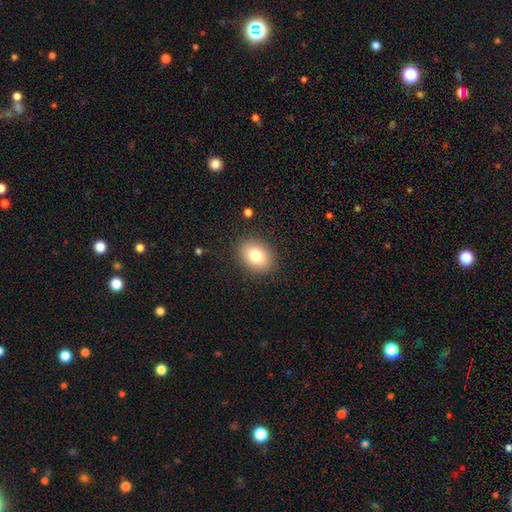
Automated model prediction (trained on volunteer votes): Smooth or featured: smooth — 80% (featured or disk — 11%)
How rounded: in between — 62% (round — 37%)
Merging: none — 88% (minor disturbance — 8%)